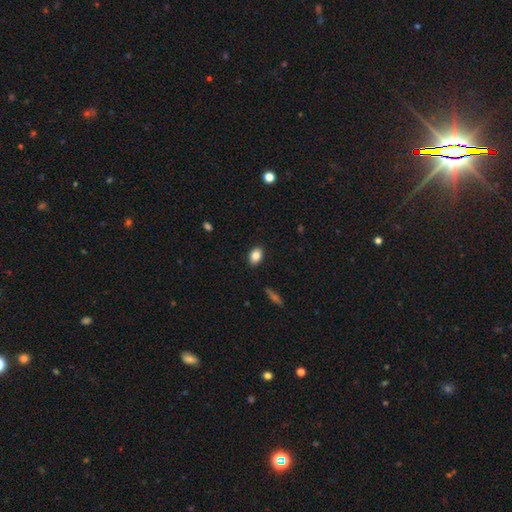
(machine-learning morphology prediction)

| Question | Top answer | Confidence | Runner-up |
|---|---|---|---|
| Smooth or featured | smooth | 84% | star or artifact (9%) |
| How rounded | in between | 80% | round (18%) |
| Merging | none | 89% | minor disturbance (8%) |